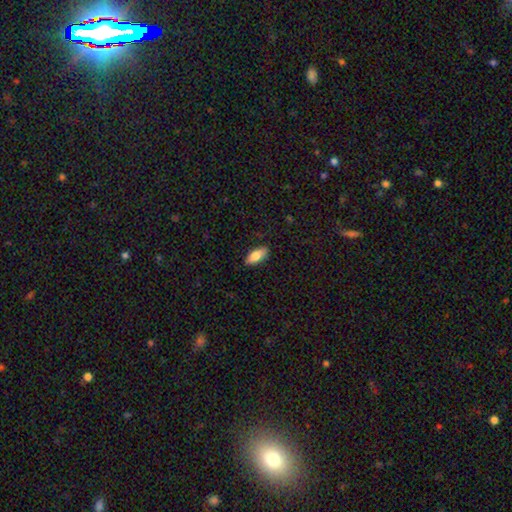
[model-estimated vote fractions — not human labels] A smooth galaxy with no disk features (78%) that is in between round and cigar-shaped (81%).

Vote fractions:
- Smooth or featured? smooth: 78% / featured or disk: 15% / star or artifact: 6%
- How rounded? in between: 81% / cigar-shaped: 16% / round: 2%
- Merging? none: 87% / minor disturbance: 10% / major disturbance: 2% / merger: 1%